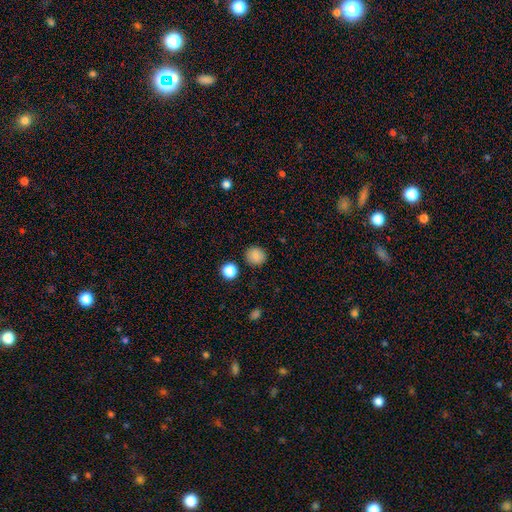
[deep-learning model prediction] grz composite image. It shows a smooth galaxy with no disk features (85%) that is round (87%). Merging: none (88%).